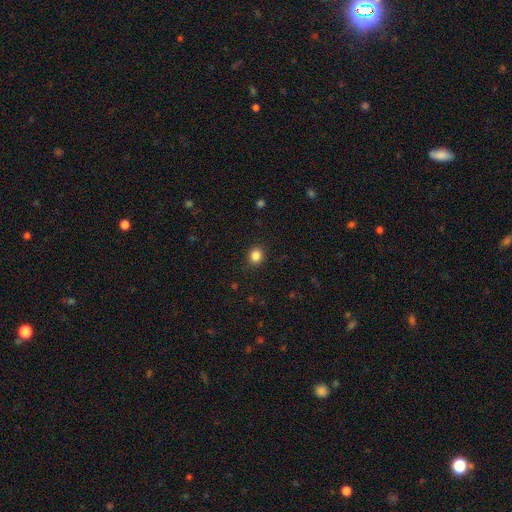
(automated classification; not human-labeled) Smooth or featured?
  - smooth: 85% *
  - star or artifact: 11%
  - featured or disk: 4%
How rounded?
  - round: 79% *
  - in between: 20%
  - cigar-shaped: 1%
Merging?
  - none: 90% *
  - minor disturbance: 7%
  - major disturbance: 2%
  - merger: 1%